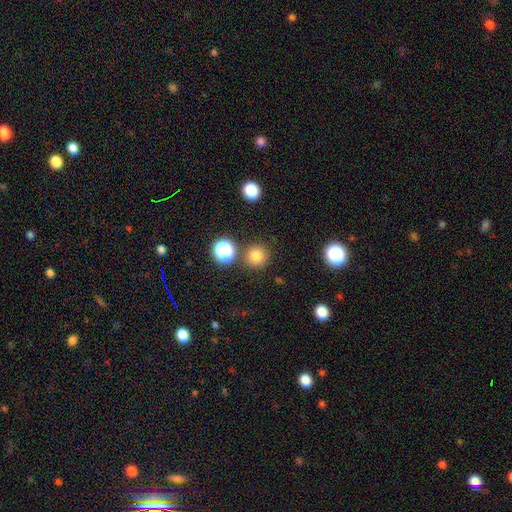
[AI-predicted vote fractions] Smooth or featured? smooth (79%)
How rounded? round (94%)
Merging? none (84%)